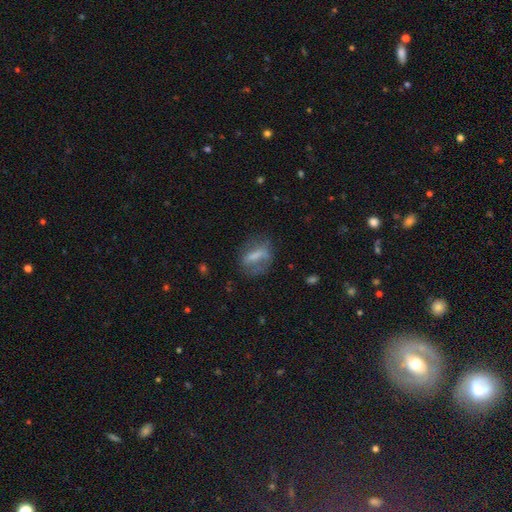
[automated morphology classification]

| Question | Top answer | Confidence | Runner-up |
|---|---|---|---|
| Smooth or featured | smooth | 54% | featured or disk (36%) |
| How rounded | in between | 55% | cigar-shaped (26%) |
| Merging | none | 57% | minor disturbance (22%) |